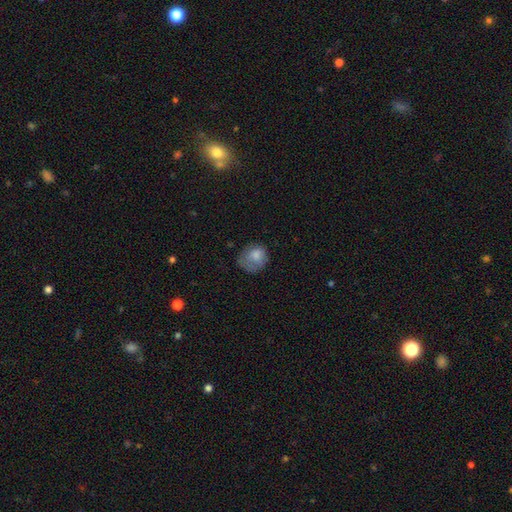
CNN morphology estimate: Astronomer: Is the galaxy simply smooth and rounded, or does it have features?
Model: smooth — 75%.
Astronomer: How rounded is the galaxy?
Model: round — 65%.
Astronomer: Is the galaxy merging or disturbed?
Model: none — 45% (runner-up: minor disturbance, 32%).